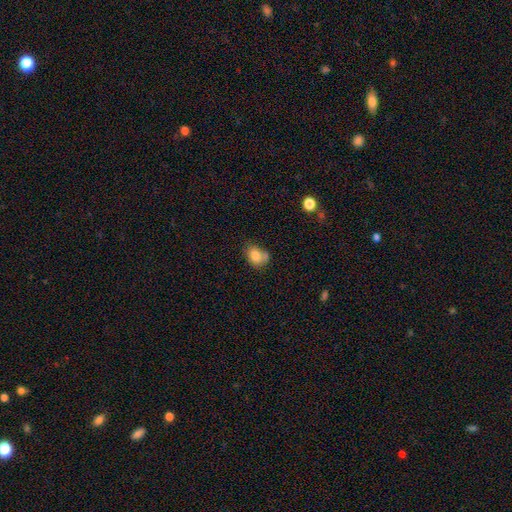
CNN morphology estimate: The model was most divided on "how rounded": in between: 59%, round: 40%, cigar-shaped: 1%. Remaining: smooth or featured — smooth (79%); merging — none (44%).